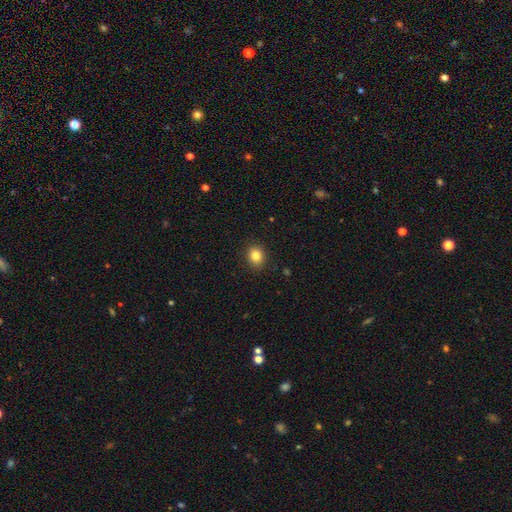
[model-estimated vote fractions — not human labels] Smooth or featured?
  - smooth: 84% *
  - star or artifact: 11%
  - featured or disk: 5%
How rounded?
  - round: 71% *
  - in between: 28%
  - cigar-shaped: 1%
Merging?
  - none: 90% *
  - minor disturbance: 7%
  - major disturbance: 2%
  - merger: 1%